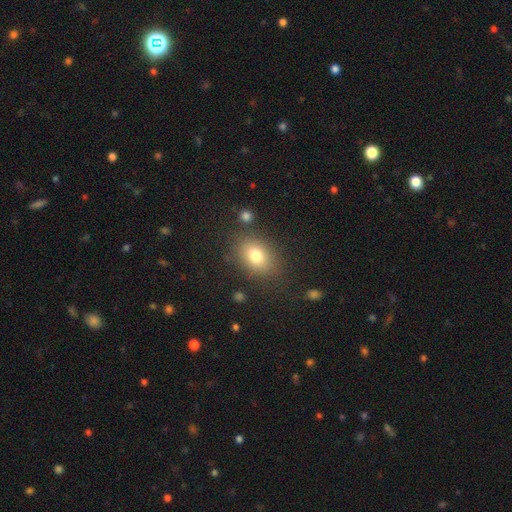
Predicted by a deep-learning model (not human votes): Smooth or featured: smooth — 78% (star or artifact — 11%)
How rounded: in between — 70% (round — 29%)
Merging: none — 80% (minor disturbance — 12%)